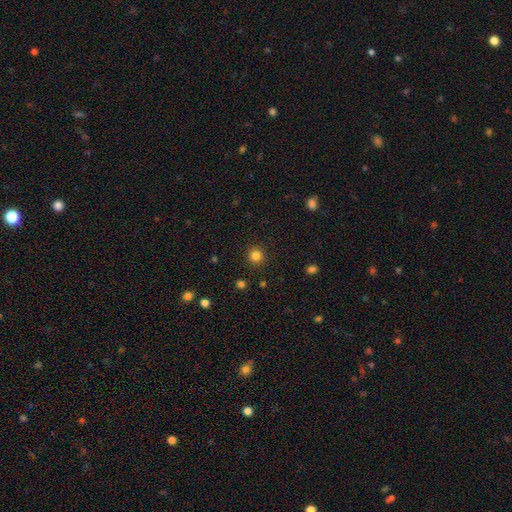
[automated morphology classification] Overall: smooth (83%). How rounded: round (93%). Merging: none (91%).